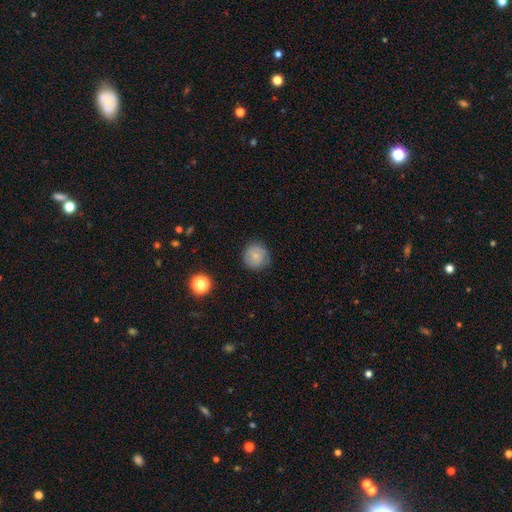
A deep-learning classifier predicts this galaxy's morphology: A smooth galaxy with no disk features (72%) that is round (92%).

Vote fractions:
- Smooth or featured? smooth: 72% / featured or disk: 18% / star or artifact: 10%
- How rounded? round: 92% / in between: 7% / cigar-shaped: 1%
- Merging? none: 78% / minor disturbance: 17% / major disturbance: 4% / merger: 1%